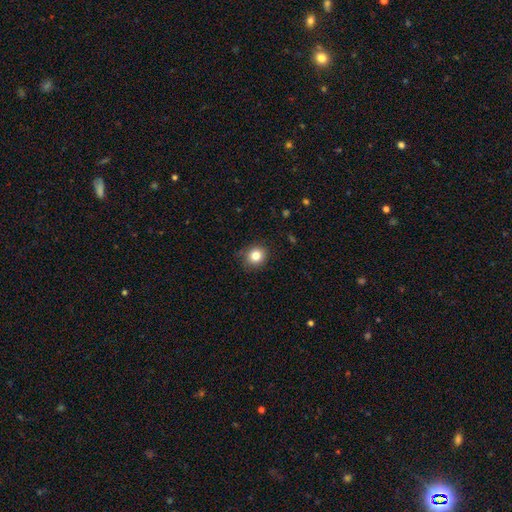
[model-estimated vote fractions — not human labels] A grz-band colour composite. It shows a smooth galaxy with no disk features (82%) that is round (85%). Merging: none (86%).